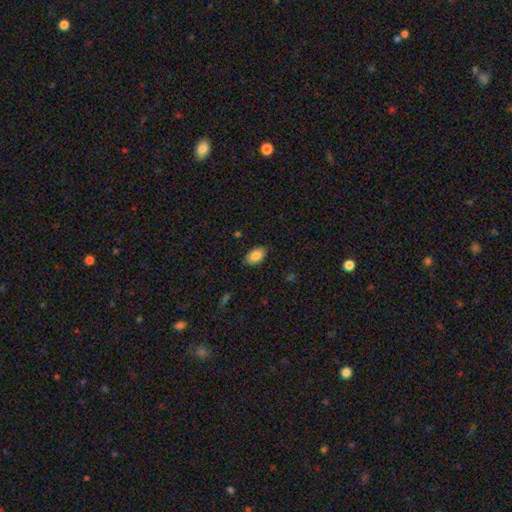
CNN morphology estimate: smooth_or_featured: smooth (p=0.86) [alt: star or artifact p=0.07]
how_rounded: in between (p=0.94) [alt: round p=0.05]
merging: none (p=0.84) [alt: minor disturbance p=0.12]